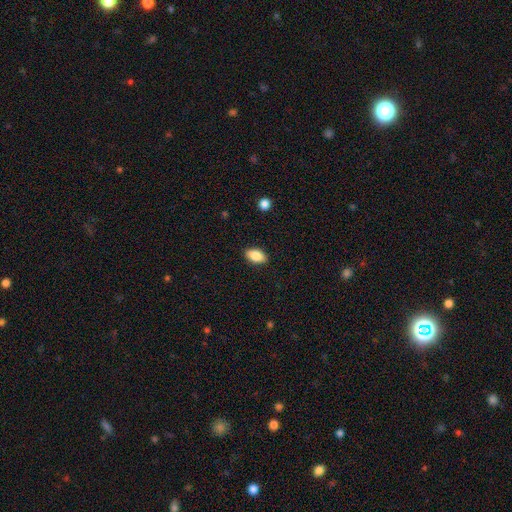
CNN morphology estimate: Smooth or featured? Predicted: smooth (p=0.86). How rounded? Predicted: in between (p=0.91). Merging? Predicted: none (p=0.88).